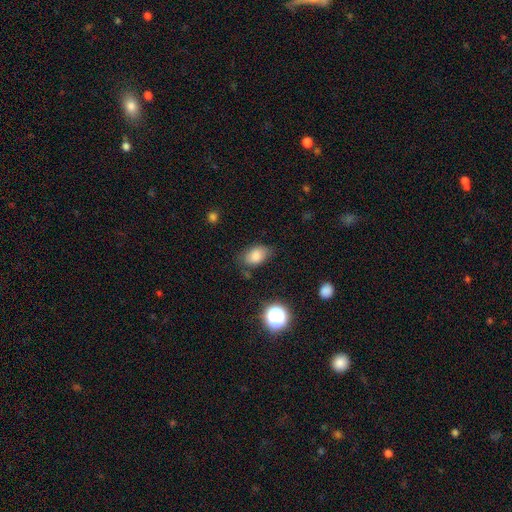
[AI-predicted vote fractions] smooth 83%, star or artifact 10%, featured or disk 7%. Down the decision tree: how rounded — in between (85%); merging — none (71%).